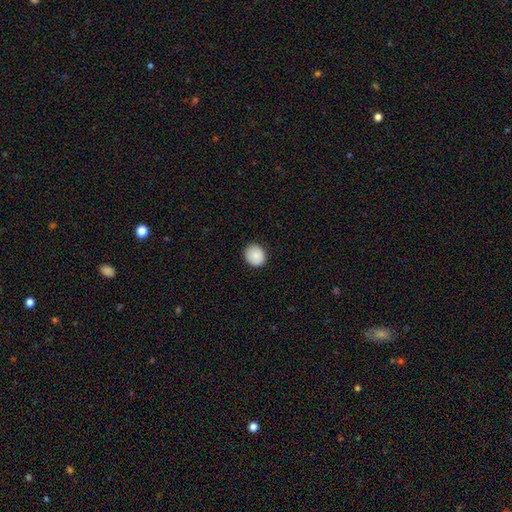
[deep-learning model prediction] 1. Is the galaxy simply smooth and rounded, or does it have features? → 86% smooth, 7% star or artifact, 7% featured or disk.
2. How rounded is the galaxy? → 75% round, 24% in between, 1% cigar-shaped.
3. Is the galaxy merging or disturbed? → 89% none, 8% minor disturbance, 2% major disturbance, 1% merger.